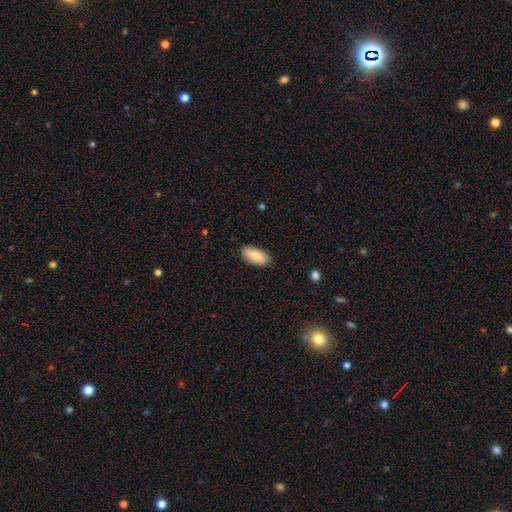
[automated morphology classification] Smooth or featured?
  - smooth: 83% *
  - featured or disk: 11%
  - star or artifact: 6%
How rounded?
  - in between: 89% *
  - cigar-shaped: 9%
  - round: 2%
Merging?
  - none: 86% *
  - minor disturbance: 11%
  - major disturbance: 2%
  - merger: 1%